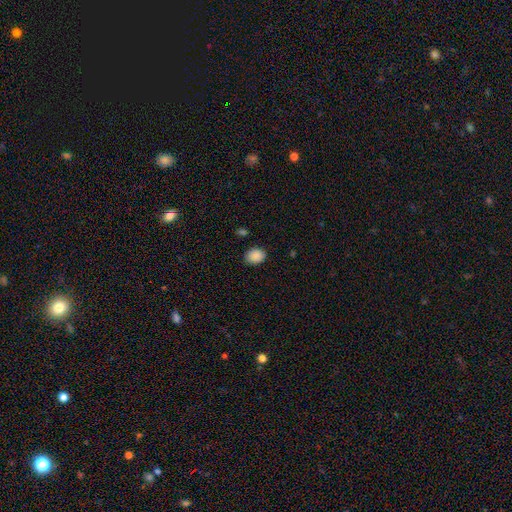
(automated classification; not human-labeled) Smooth or featured: smooth — 89% (star or artifact — 9%)
How rounded: in between — 54% (round — 46%)
Merging: none — 84% (minor disturbance — 11%)